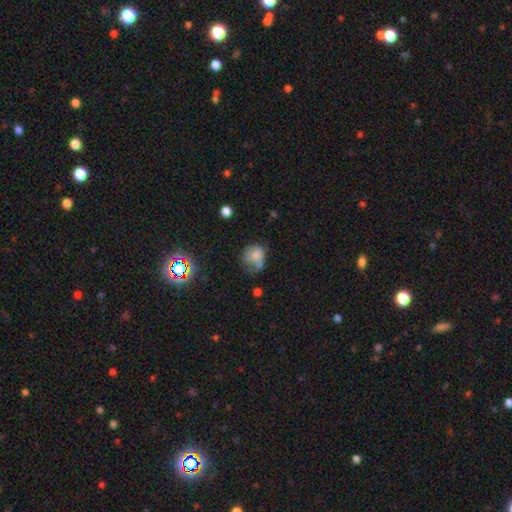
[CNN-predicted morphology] Smooth or featured? smooth (57%)
How rounded? round (55%)
Merging? major disturbance (35%)